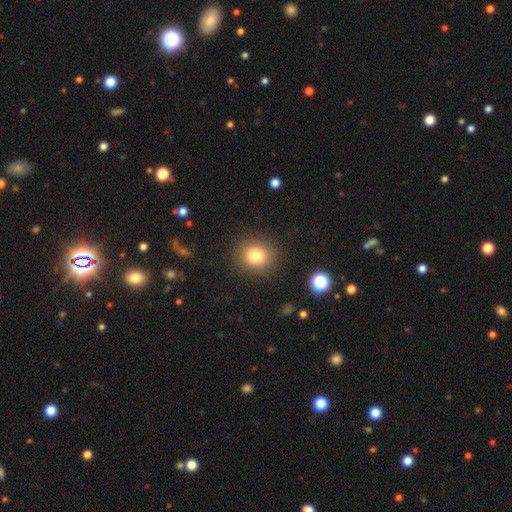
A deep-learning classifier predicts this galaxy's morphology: Smooth or featured?
  - smooth: 81% *
  - star or artifact: 12%
  - featured or disk: 8%
How rounded?
  - round: 82% *
  - in between: 17%
  - cigar-shaped: 1%
Merging?
  - none: 88% *
  - minor disturbance: 7%
  - major disturbance: 3%
  - merger: 1%